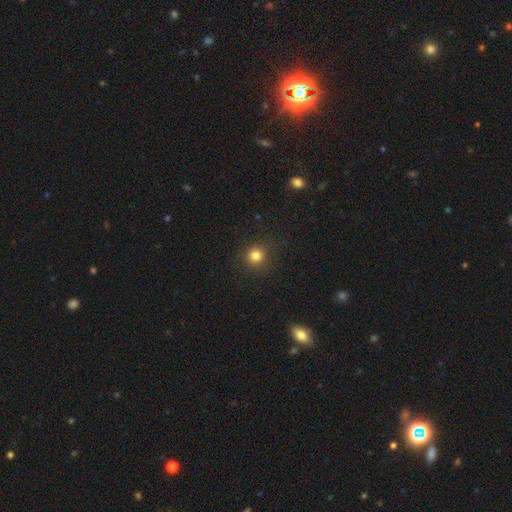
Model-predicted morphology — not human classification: smooth-or-featured: smooth: 81% | star or artifact: 14% | featured or disk: 5%
  how-rounded: round: 92% | in between: 7% | cigar-shaped: 1%
  merging: none: 88% | minor disturbance: 8% | major disturbance: 3% | merger: 1%